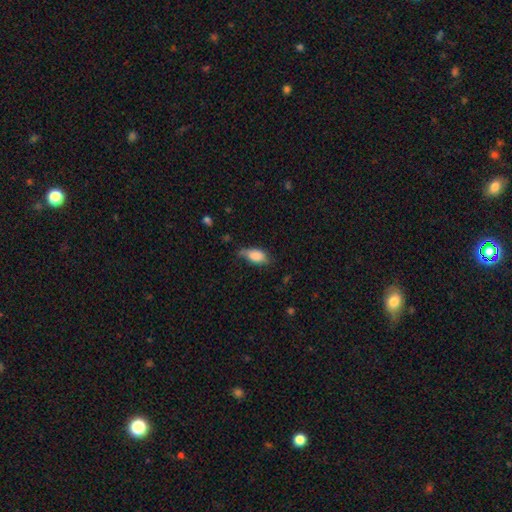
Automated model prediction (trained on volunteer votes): A smooth galaxy with no disk features (82%) that is in between round and cigar-shaped (90%).

Vote fractions:
- Smooth or featured? smooth: 82% / featured or disk: 11% / star or artifact: 7%
- How rounded? in between: 90% / cigar-shaped: 6% / round: 5%
- Merging? none: 45% / minor disturbance: 39% / major disturbance: 13% / merger: 3%